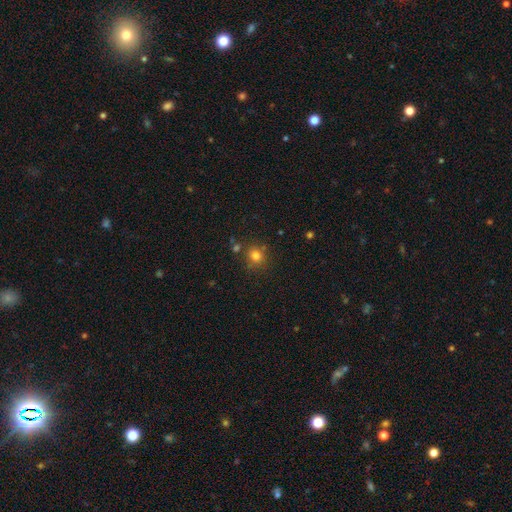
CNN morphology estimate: Q: Smooth or featured?
A: smooth (78%); runner-up: star or artifact (15%)
Q: How rounded?
A: round (85%); runner-up: in between (14%)
Q: Merging?
A: none (77%); runner-up: minor disturbance (12%)